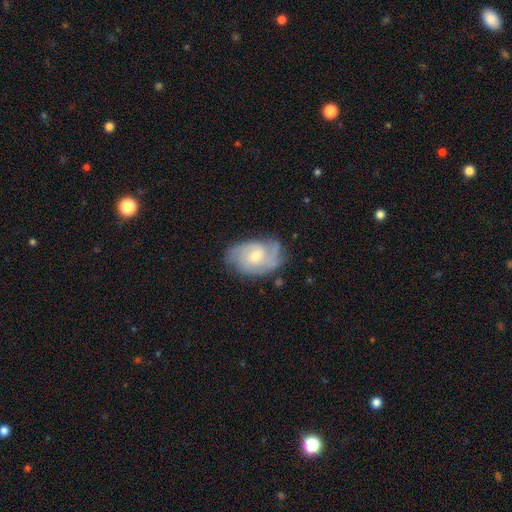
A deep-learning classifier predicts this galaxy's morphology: Overall: featured or disk (79%). Edge-on disk: no (97%). Bar: no (54%; weak 40%). Spiral arms: yes (94%). Spiral arm count: 2 (37%; can't tell 25%). Spiral winding: tight (47%; medium 40%). Bulge size: moderate (48%, tied with small). Merging: none (67%).